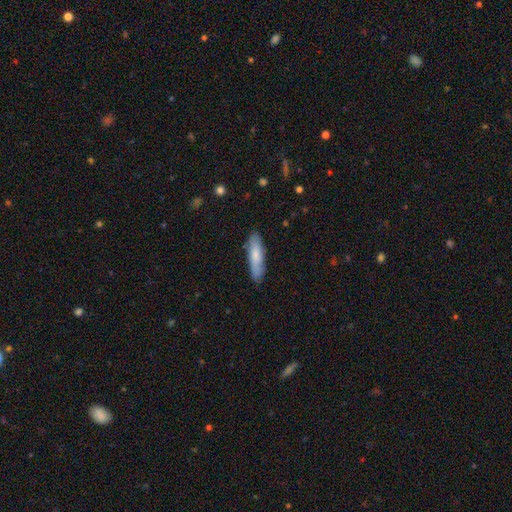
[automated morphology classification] A smooth galaxy with no disk features (75%) that is cigar-shaped (73%). Merging: none (85%).